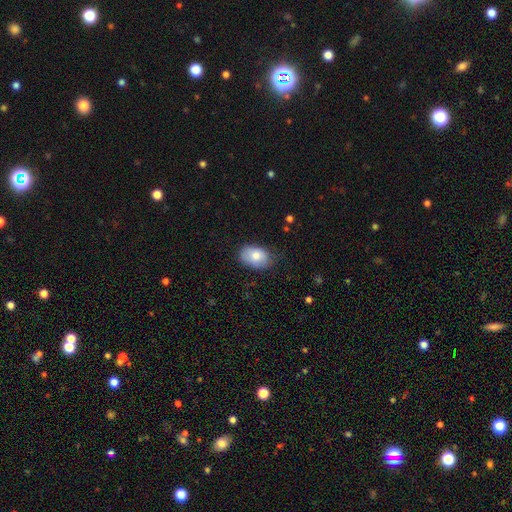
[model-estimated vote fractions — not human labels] smooth-or-featured: smooth: 79% | featured or disk: 14% | star or artifact: 7%
  how-rounded: in between: 85% | round: 14% | cigar-shaped: 1%
  merging: none: 71% | minor disturbance: 23% | major disturbance: 5% | merger: 1%